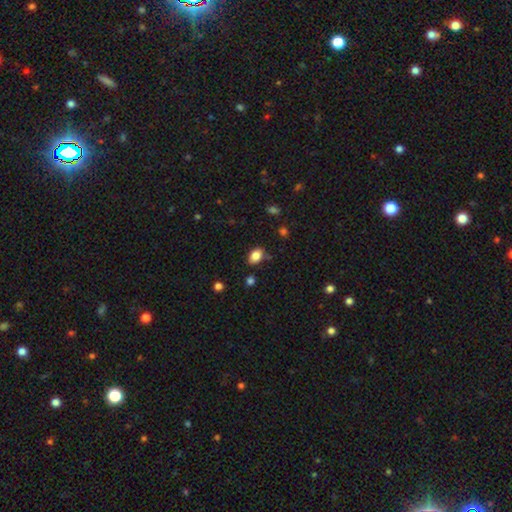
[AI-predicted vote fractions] Overall: smooth (85%). How rounded: in between (81%). Merging: none (79%).